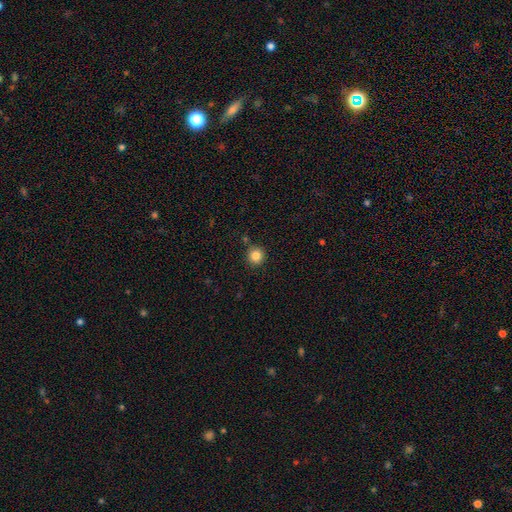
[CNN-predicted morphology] The model was most divided on "smooth or featured": smooth: 85%, star or artifact: 11%, featured or disk: 4%. More confident: how rounded — round (94%); merging — none (87%).